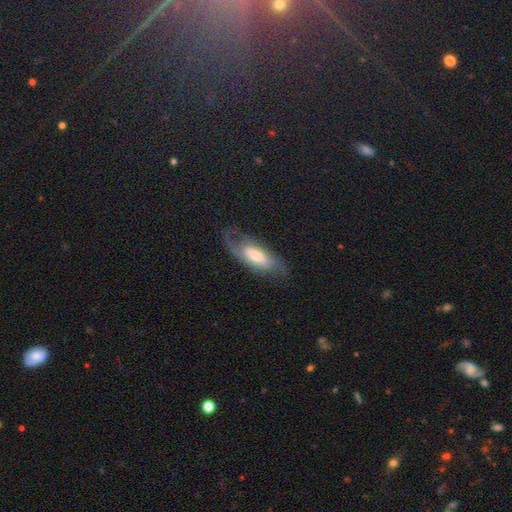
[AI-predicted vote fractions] smooth_or_featured: featured or disk (p=0.69) [alt: smooth p=0.25]
disk_edge_on: no (p=0.87) [alt: yes p=0.13]
bar: no (p=0.47) [alt: weak p=0.38]
has_spiral_arms: yes (p=0.89) [alt: no p=0.11]
spiral_winding: medium (p=0.44) [alt: loose p=0.29]
spiral_arm_count: 2 (p=0.68) [alt: can't tell p=0.17]
bulge_size: moderate (p=0.46) [alt: large p=0.26]
merging: none (p=0.63) [alt: minor disturbance p=0.20]